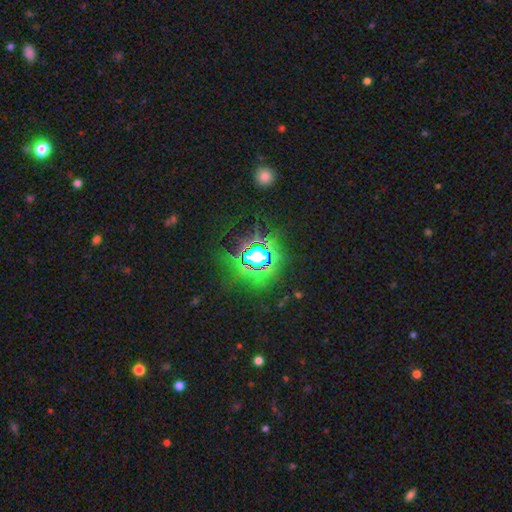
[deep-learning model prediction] smooth-or-featured: star or artifact: 79% | smooth: 11% | featured or disk: 10%